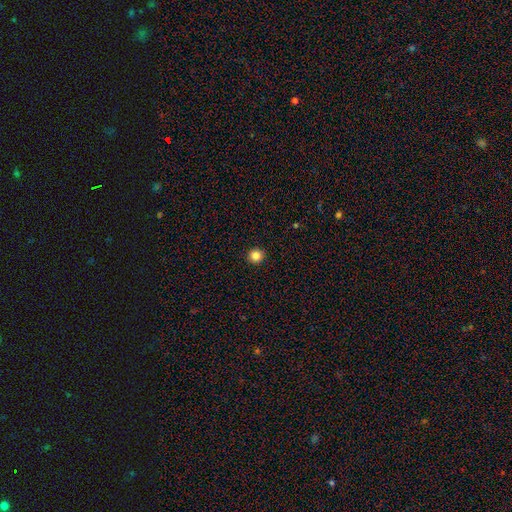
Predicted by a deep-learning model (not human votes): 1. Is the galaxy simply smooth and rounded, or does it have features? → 84% smooth, 12% star or artifact, 4% featured or disk.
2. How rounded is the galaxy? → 95% round, 4% in between, 1% cigar-shaped.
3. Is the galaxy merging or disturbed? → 94% none, 4% minor disturbance, 1% major disturbance, 1% merger.